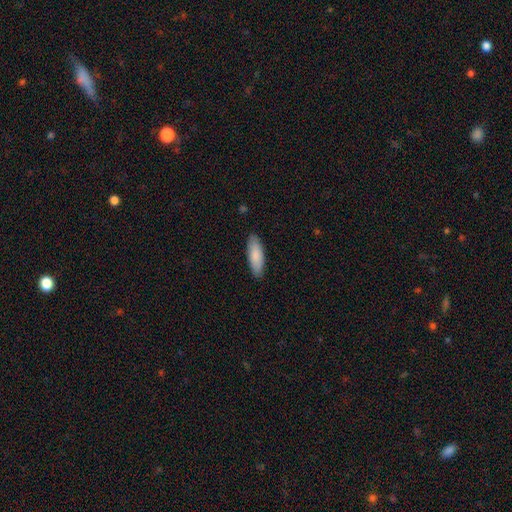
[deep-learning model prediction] smooth 86%, featured or disk 9%, star or artifact 5%. Down the decision tree: how rounded — in between (60%); merging — none (88%).